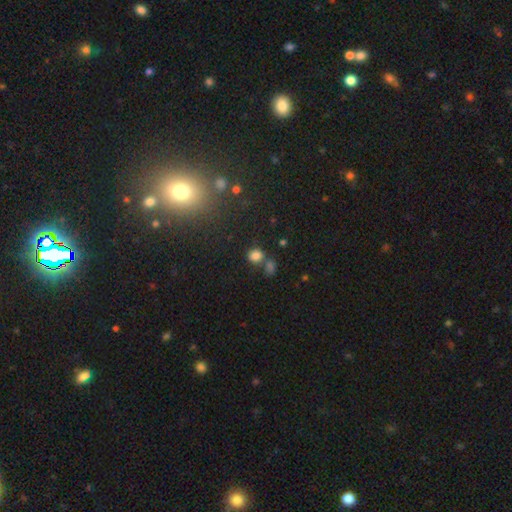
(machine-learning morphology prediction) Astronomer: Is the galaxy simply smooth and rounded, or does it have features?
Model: smooth — 77%.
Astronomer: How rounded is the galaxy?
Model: round — 62% (runner-up: in between, 37%).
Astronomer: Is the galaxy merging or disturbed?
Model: none — 58%.